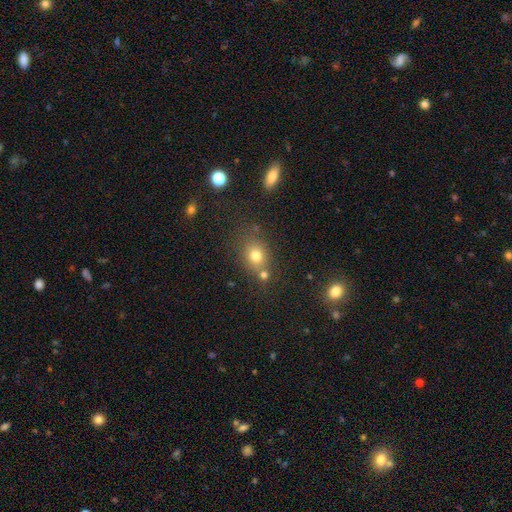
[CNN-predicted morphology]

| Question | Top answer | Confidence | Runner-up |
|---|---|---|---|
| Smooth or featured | smooth | 74% | star or artifact (15%) |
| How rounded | round | 56% | in between (42%) |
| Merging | none | 63% | merger (19%) |